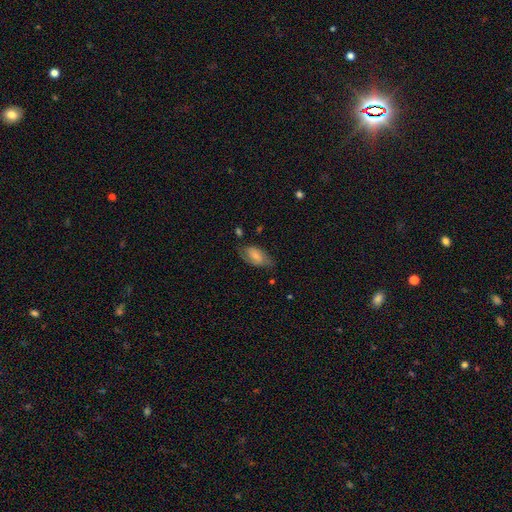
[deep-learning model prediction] A smooth galaxy with no disk features (59%) that is in between round and cigar-shaped (91%).

Vote fractions:
- Smooth or featured? smooth: 59% / featured or disk: 34% / star or artifact: 7%
- How rounded? in between: 91% / round: 5% / cigar-shaped: 4%
- Merging? none: 60% / minor disturbance: 27% / major disturbance: 10% / merger: 2%